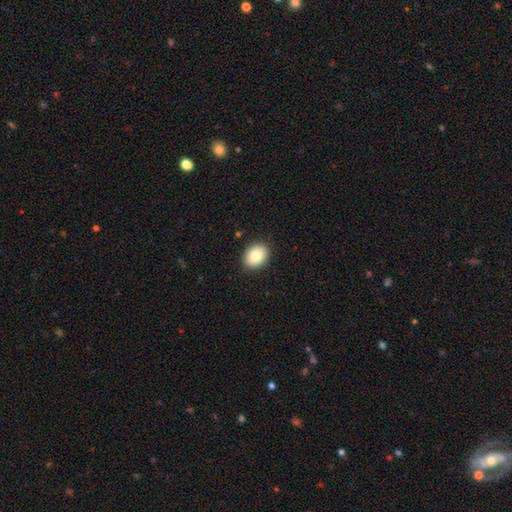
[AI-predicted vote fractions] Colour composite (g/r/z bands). It shows a smooth galaxy with no disk features (83%) that is in between round and cigar-shaped (63%). Merging: none (90%).